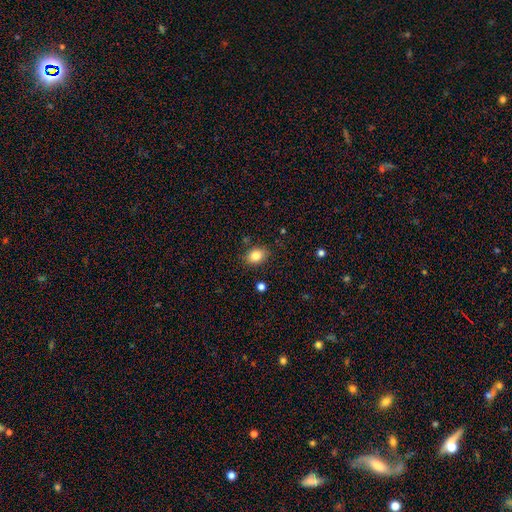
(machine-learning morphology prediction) Smooth or featured: smooth — 84% (star or artifact — 9%)
How rounded: in between — 75% (round — 24%)
Merging: none — 84% (minor disturbance — 11%)